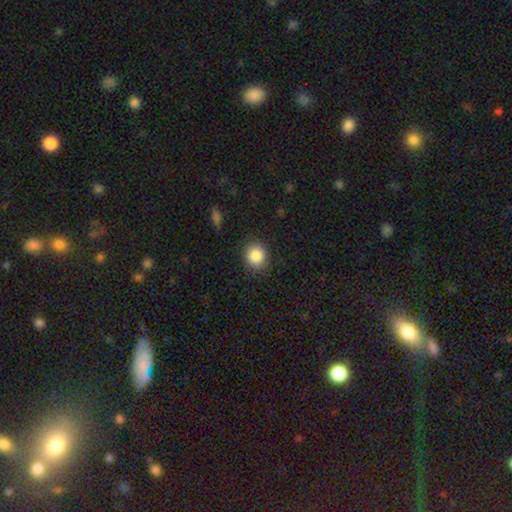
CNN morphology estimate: This is clearly a smooth galaxy (86%). How rounded: clearly round (82%). Merging: clearly none (88%).